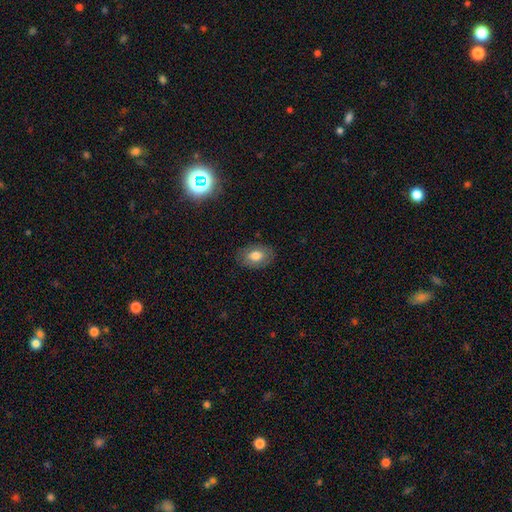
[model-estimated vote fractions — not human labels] This appears to be a smooth galaxy with no disk features (73%) that is in between round and cigar-shaped (83%). Merging: none (83%).